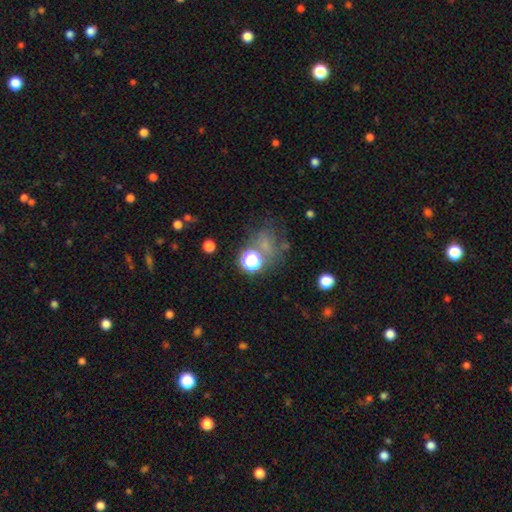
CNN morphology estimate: star or artifact 53%, smooth 34%, featured or disk 12%.